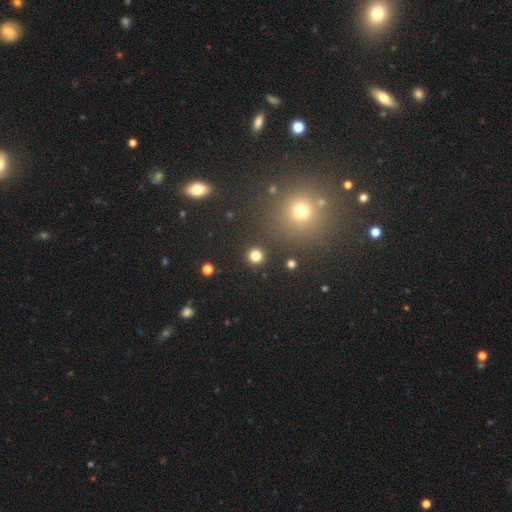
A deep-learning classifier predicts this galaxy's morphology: smooth-or-featured: smooth: 81% | star or artifact: 15% | featured or disk: 4%
  how-rounded: round: 94% | in between: 5% | cigar-shaped: 1%
  merging: none: 92% | minor disturbance: 4% | major disturbance: 2% | merger: 2%